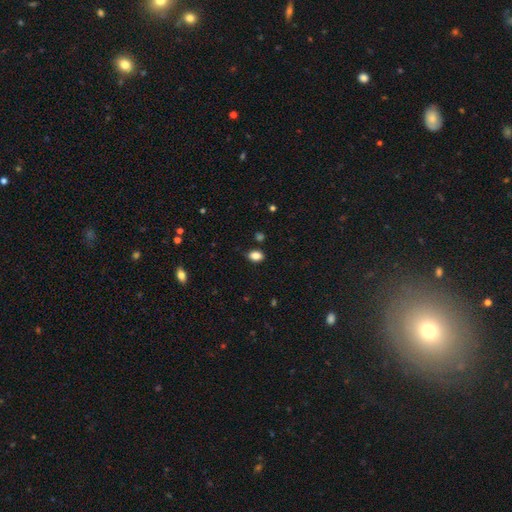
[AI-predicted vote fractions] smooth_or_featured: smooth (p=0.85) [alt: star or artifact p=0.10]
how_rounded: in between (p=0.80) [alt: round p=0.19]
merging: none (p=0.82) [alt: minor disturbance p=0.13]